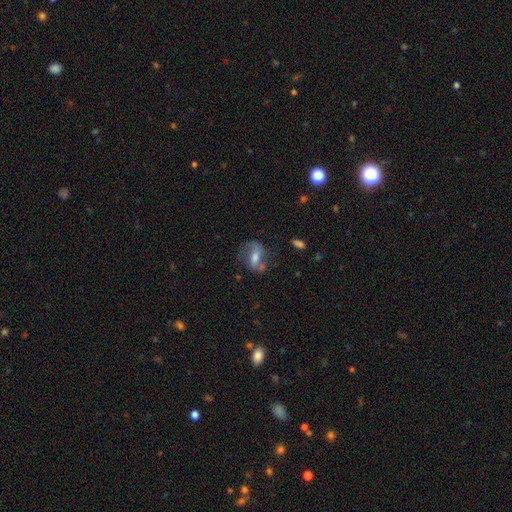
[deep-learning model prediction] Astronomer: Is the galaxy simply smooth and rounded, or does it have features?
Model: featured or disk — 58%.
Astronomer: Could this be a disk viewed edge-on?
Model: no — 93%.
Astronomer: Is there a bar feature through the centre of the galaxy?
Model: weak — 42% (runner-up: strong, 31%).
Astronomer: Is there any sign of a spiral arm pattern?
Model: yes — 78%.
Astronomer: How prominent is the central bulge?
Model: moderate — 54%.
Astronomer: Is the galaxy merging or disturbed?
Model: none — 52%.